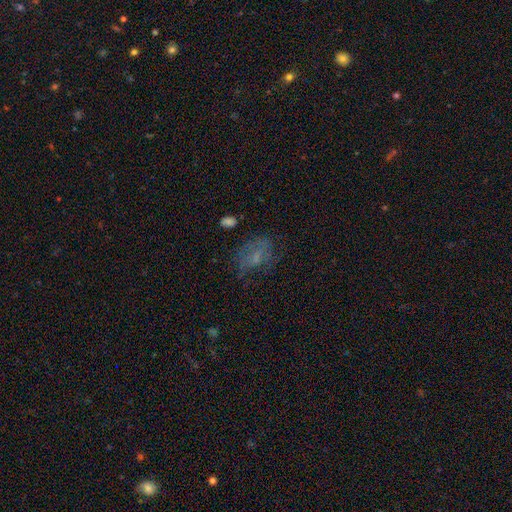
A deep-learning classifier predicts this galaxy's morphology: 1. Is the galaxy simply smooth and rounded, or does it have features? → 46% smooth, 36% featured or disk, 18% star or artifact.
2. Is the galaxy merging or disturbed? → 49% none, 24% major disturbance, 24% minor disturbance, 3% merger.